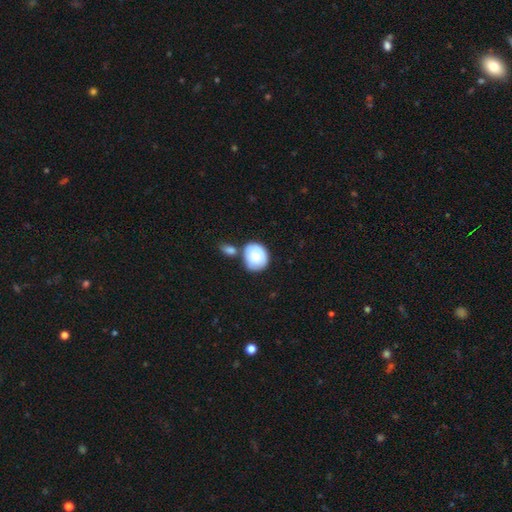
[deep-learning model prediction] This is likely a smooth galaxy (76%). How rounded: likely round (67%). Merging: possibly none (51%).